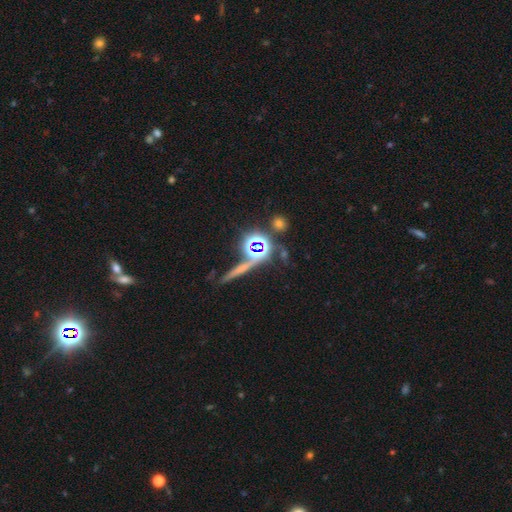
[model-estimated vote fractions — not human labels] star or artifact 64%, smooth 19%, featured or disk 17%.